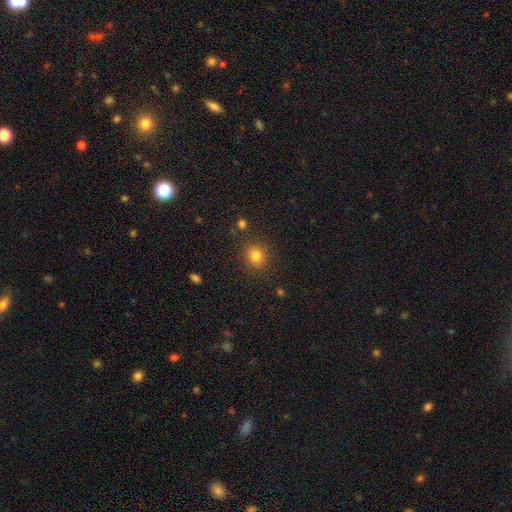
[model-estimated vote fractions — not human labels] Smooth or featured? smooth (81%)
How rounded? round (77%)
Merging? none (86%)